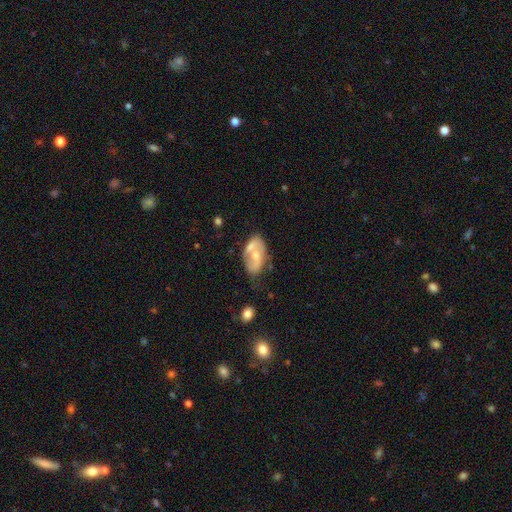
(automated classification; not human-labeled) smooth-or-featured: featured or disk: 52% | smooth: 42% | star or artifact: 6%
  disk-edge-on: no: 94% | yes: 6%
  merging: none: 42% | minor disturbance: 25% | merger: 23% | major disturbance: 10%